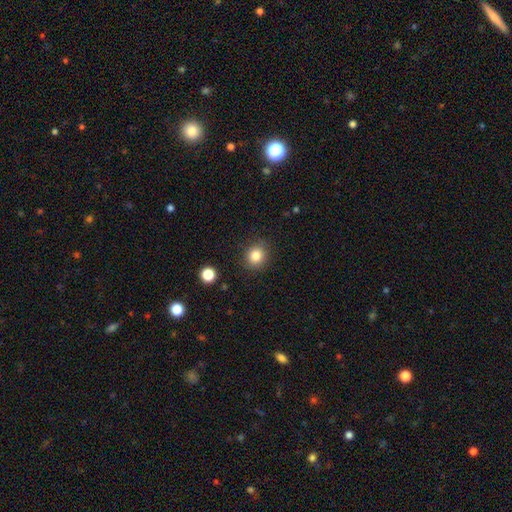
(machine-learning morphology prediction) smooth-or-featured: smooth: 83% | star or artifact: 11% | featured or disk: 6%
  how-rounded: round: 83% | in between: 16% | cigar-shaped: 1%
  merging: none: 88% | minor disturbance: 8% | major disturbance: 3% | merger: 1%